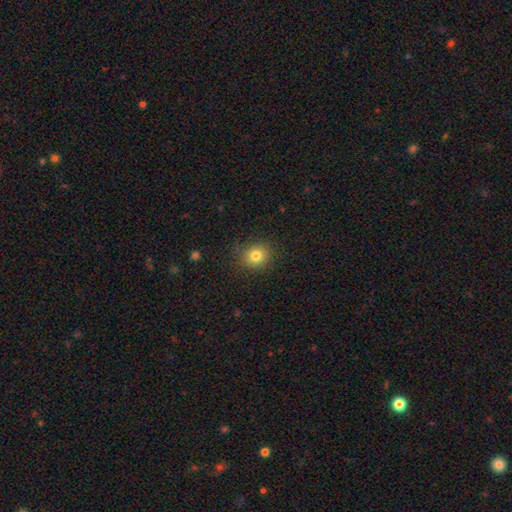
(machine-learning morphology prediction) Q: Smooth or featured?
A: smooth (80%); runner-up: star or artifact (13%)
Q: How rounded?
A: round (84%); runner-up: in between (15%)
Q: Merging?
A: none (84%); runner-up: minor disturbance (11%)